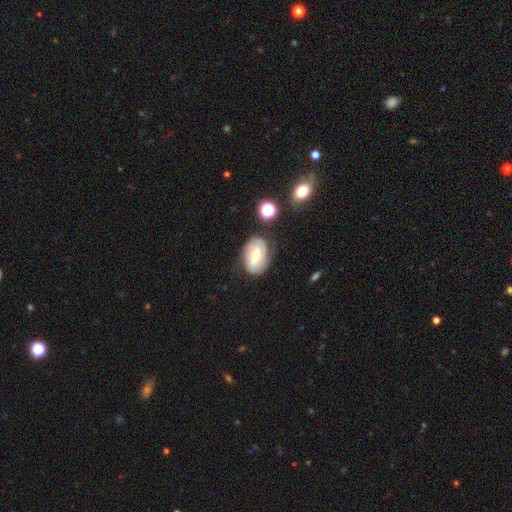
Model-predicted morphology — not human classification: Smooth or featured? Predicted: featured or disk (p=0.61). Edge-on disk? Predicted: no (p=0.94). Bar? Predicted: weak (p=0.45). Spiral arms? Predicted: yes (p=0.76). Bulge size? Predicted: moderate (p=0.63). Merging? Predicted: none (p=0.68).